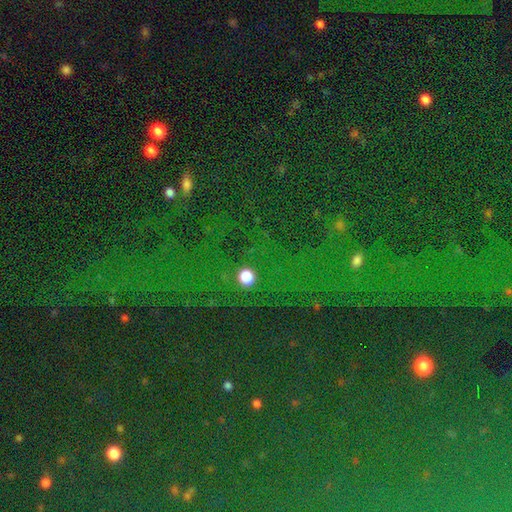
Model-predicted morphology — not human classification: star or artifact 84%, smooth 9%, featured or disk 7%.